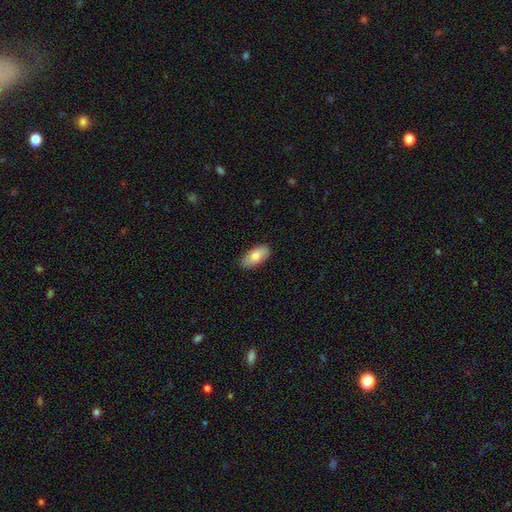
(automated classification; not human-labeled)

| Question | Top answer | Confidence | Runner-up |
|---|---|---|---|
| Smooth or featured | smooth | 80% | featured or disk (14%) |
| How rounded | in between | 92% | cigar-shaped (6%) |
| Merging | none | 86% | minor disturbance (11%) |